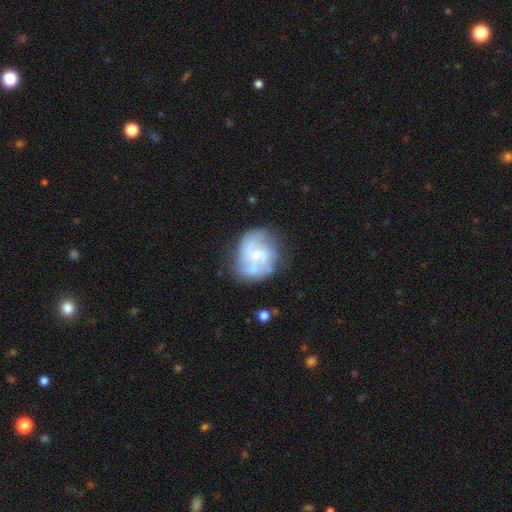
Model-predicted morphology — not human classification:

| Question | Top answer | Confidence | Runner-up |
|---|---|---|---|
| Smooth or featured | featured or disk | 70% | smooth (23%) |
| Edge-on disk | no | 98% | yes (2%) |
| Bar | no | 63% | weak (32%) |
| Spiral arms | yes | 77% | no (23%) |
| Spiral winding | medium | 45% | loose (28%) |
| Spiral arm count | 2 | 42% | can't tell (25%) |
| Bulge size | small | 57% | moderate (28%) |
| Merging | none | 59% | minor disturbance (22%) |